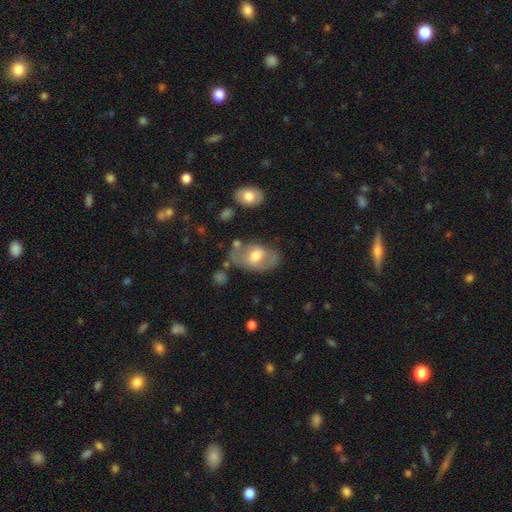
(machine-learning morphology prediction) Smooth or featured: smooth — 50% (featured or disk — 43%)
How rounded: in between — 85% (round — 14%)
Merging: none — 57% (minor disturbance — 24%)